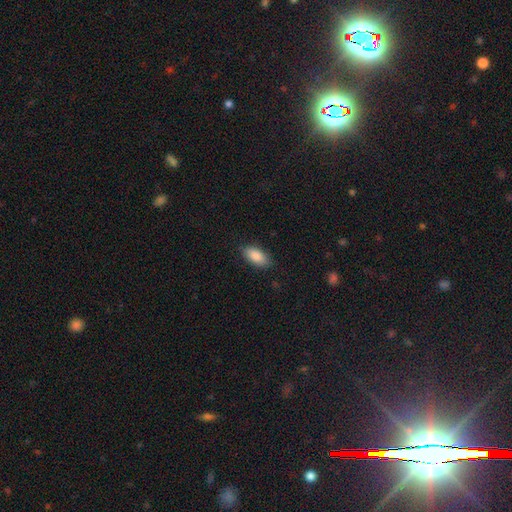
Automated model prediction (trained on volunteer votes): Overall: smooth (88%). How rounded: in between (91%). Merging: none (85%).